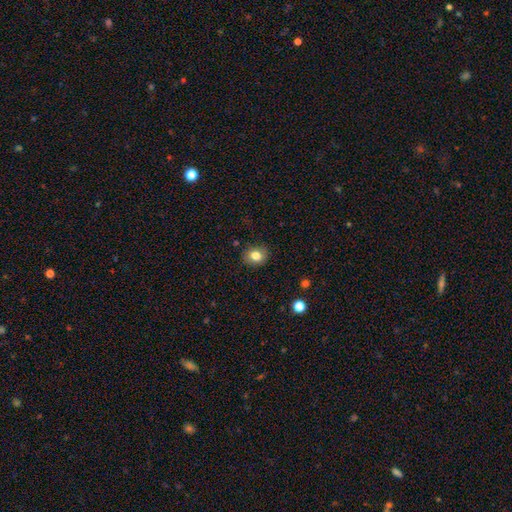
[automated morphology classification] The model was most divided on "how rounded": round: 55%, in between: 44%, cigar-shaped: 1%. More confident: merging — none (86%); smooth or featured — smooth (82%).